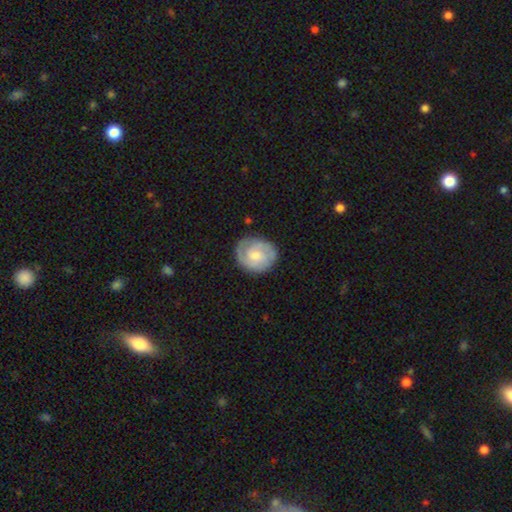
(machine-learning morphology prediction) The model was most divided on "bulge size": moderate: 48%, small: 41%, large: 5%, none: 5%, dominant: 1%. Remaining: edge-on disk — no (98%); spiral arms — yes (90%); merging — none (80%); smooth or featured — featured or disk (66%); bar — no (57%); spiral winding — tight (54%); spiral arm count — 2 (43%).